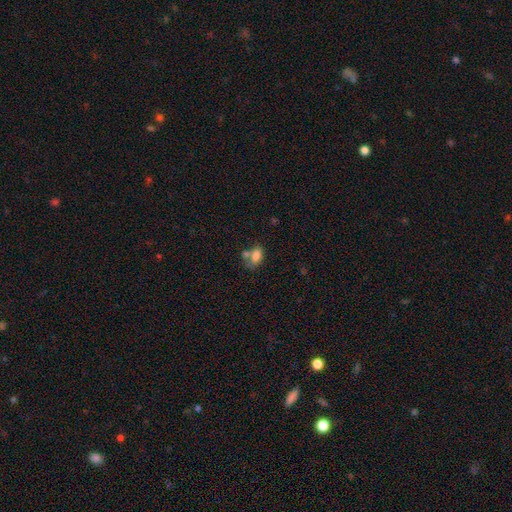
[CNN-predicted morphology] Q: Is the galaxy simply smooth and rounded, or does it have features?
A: smooth — 76%.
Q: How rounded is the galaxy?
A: in between — 87%.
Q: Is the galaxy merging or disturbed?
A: merger — 40%.